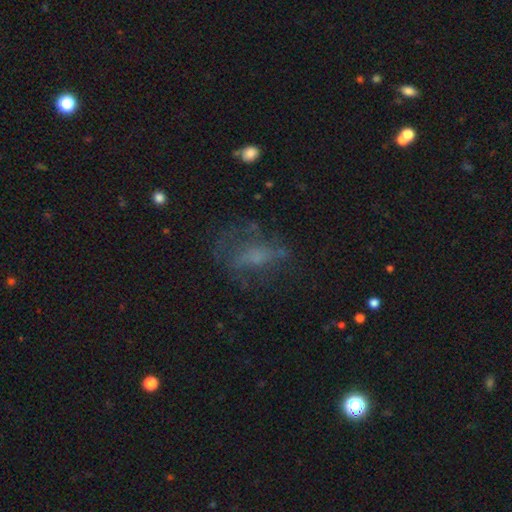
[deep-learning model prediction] This is marginally a featured or disk galaxy (43%). Merging: possibly none (50%).